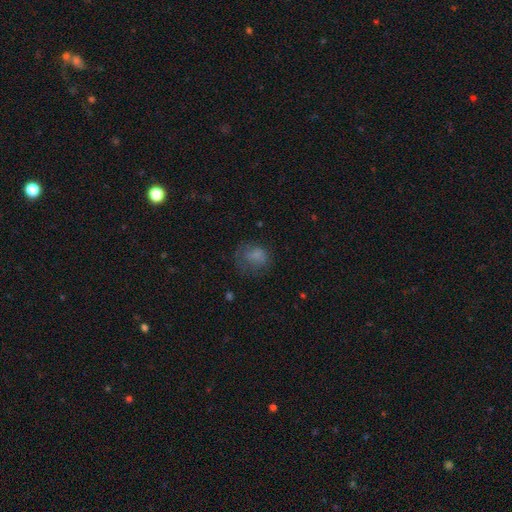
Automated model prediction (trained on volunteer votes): smooth 67%, featured or disk 20%, star or artifact 14%. Down the decision tree: how rounded — round (56%); merging — none (46%).